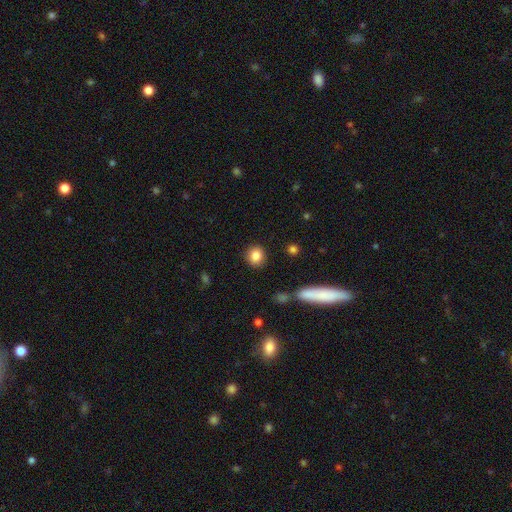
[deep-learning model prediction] Smooth or featured? Predicted: smooth (p=0.84). How rounded? Predicted: round (p=0.78). Merging? Predicted: none (p=0.89).